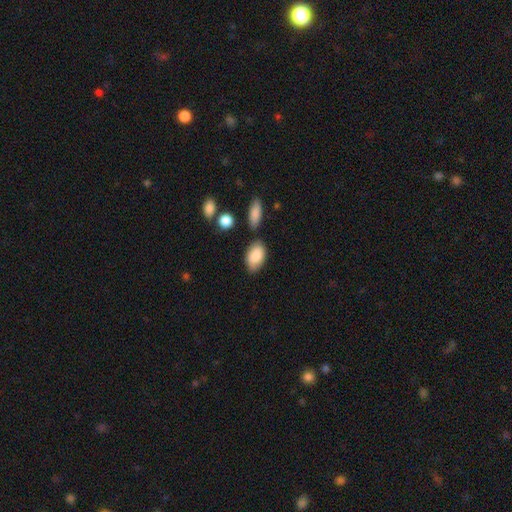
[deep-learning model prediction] A smooth galaxy with no disk features (85%) that is in between round and cigar-shaped (92%).

Vote fractions:
- Smooth or featured? smooth: 85% / featured or disk: 9% / star or artifact: 6%
- How rounded? in between: 92% / round: 6% / cigar-shaped: 2%
- Merging? none: 69% / minor disturbance: 19% / merger: 7% / major disturbance: 4%